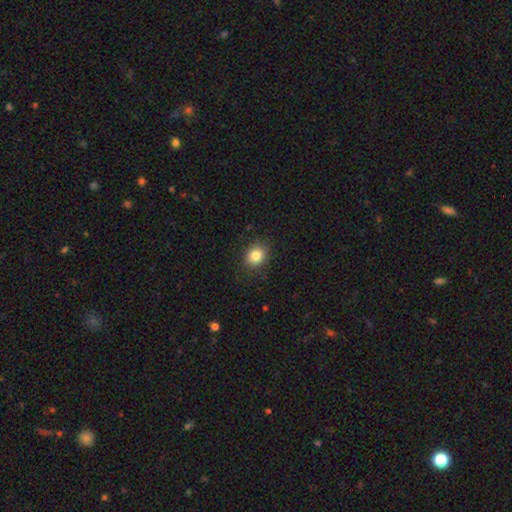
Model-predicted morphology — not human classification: smooth-or-featured: smooth: 84% | star or artifact: 10% | featured or disk: 6%
  how-rounded: round: 59% | in between: 40% | cigar-shaped: 1%
  merging: none: 86% | minor disturbance: 10% | major disturbance: 3% | merger: 1%